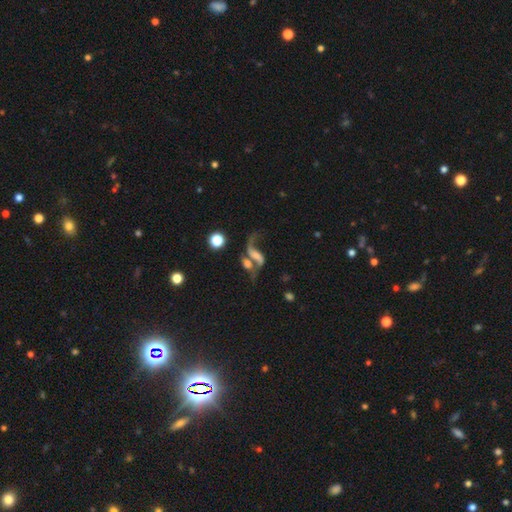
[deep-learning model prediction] Morphology: type=featured or disk (69%); edge-on=no (93%); bar=no (43%); spiral arms=yes (84%); winding=loose (89%); arm count=2 (76%); bulge=none (42%); merging=merger (41%).